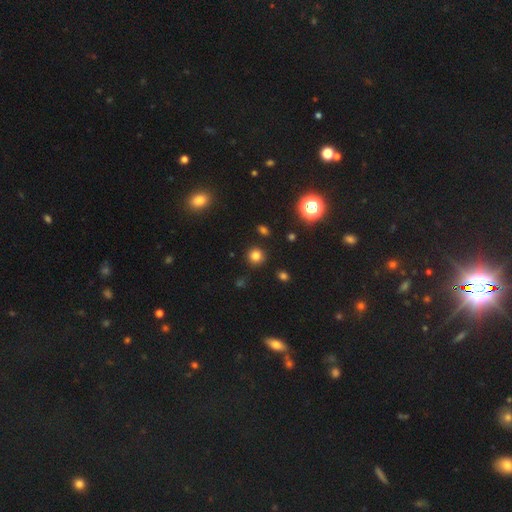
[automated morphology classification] This is likely a smooth galaxy (79%). How rounded: clearly round (92%). Merging: clearly none (89%).